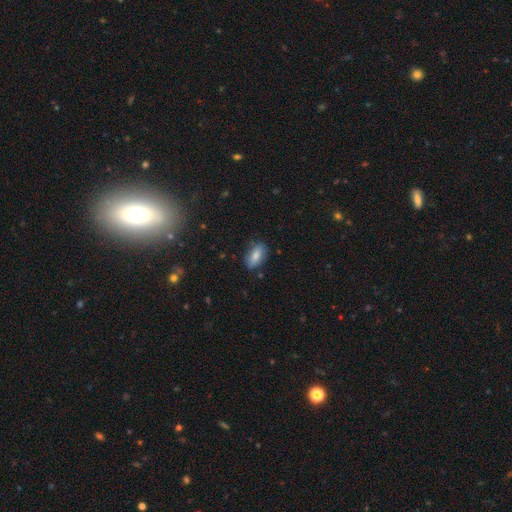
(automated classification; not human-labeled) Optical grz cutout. It shows a smooth galaxy with no disk features (80%) that is in between round and cigar-shaped (88%). Merging: none (79%).